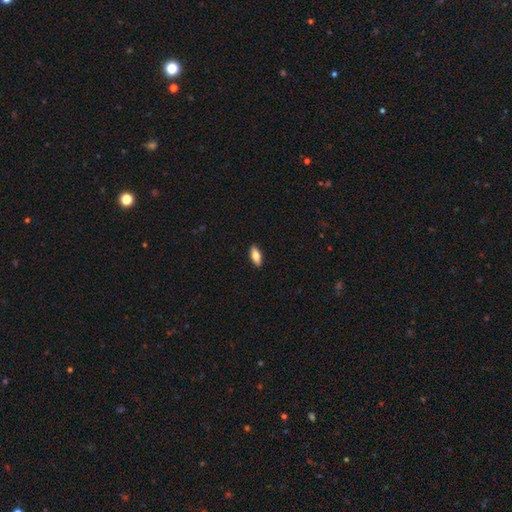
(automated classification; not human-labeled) This appears to be a smooth galaxy with no disk features (75%) that is in between round and cigar-shaped (80%). Merging: none (90%).